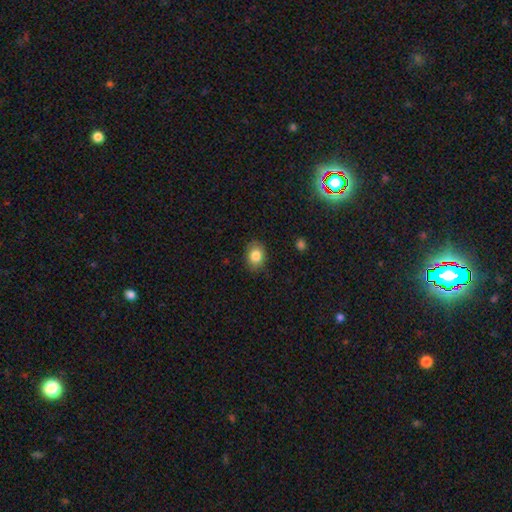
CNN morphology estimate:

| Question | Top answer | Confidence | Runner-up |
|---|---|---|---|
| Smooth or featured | smooth | 84% | star or artifact (9%) |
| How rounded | in between | 65% | round (34%) |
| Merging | none | 85% | minor disturbance (11%) |